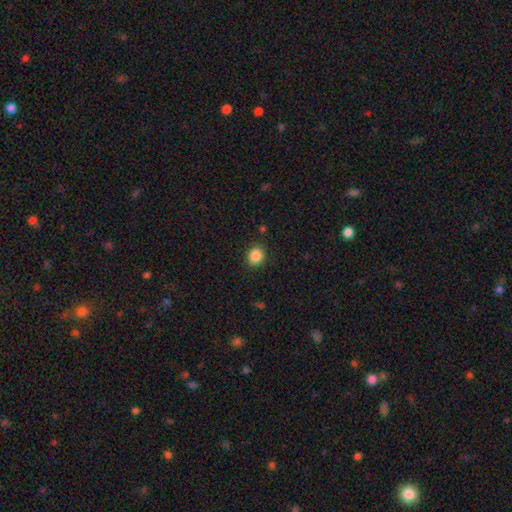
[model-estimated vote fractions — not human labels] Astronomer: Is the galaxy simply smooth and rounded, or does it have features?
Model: smooth — 87%.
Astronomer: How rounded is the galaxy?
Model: round — 76%.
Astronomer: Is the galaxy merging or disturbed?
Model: none — 88%.